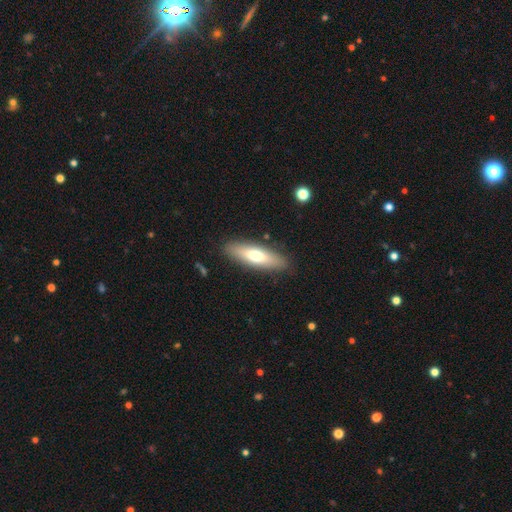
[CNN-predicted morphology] smooth-or-featured: smooth: 64% | featured or disk: 30% | star or artifact: 6%
  how-rounded: cigar-shaped: 51% | in between: 47% | round: 2%
  merging: none: 87% | minor disturbance: 9% | major disturbance: 2% | merger: 1%